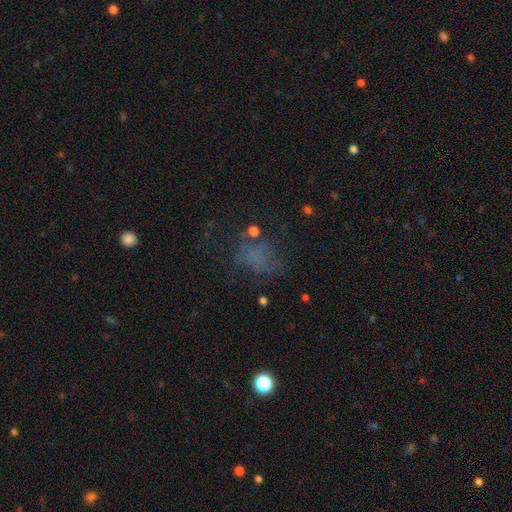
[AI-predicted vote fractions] Smooth or featured: smooth — 47% (star or artifact — 28%)
Merging: none — 47% (major disturbance — 28%)